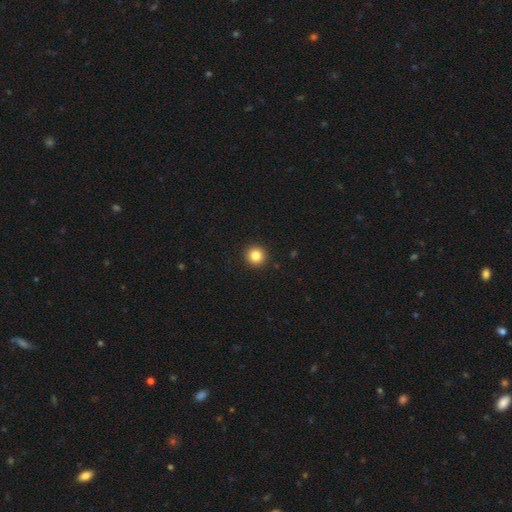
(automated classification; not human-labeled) This is clearly a smooth galaxy (84%). How rounded: clearly round (94%). Merging: clearly none (93%).